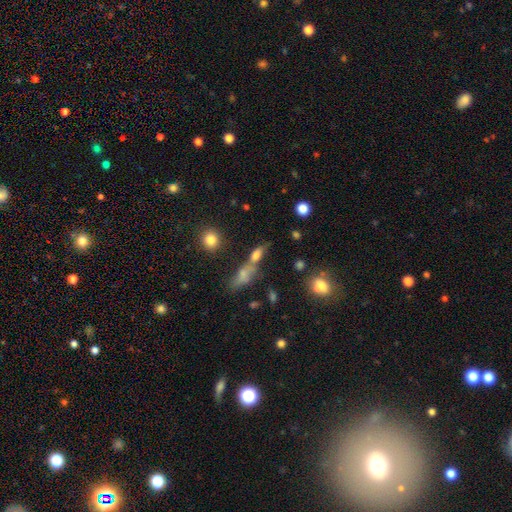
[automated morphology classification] smooth 64%, featured or disk 22%, star or artifact 14%. Down the decision tree: how rounded — in between (58%); merging — none (41%).